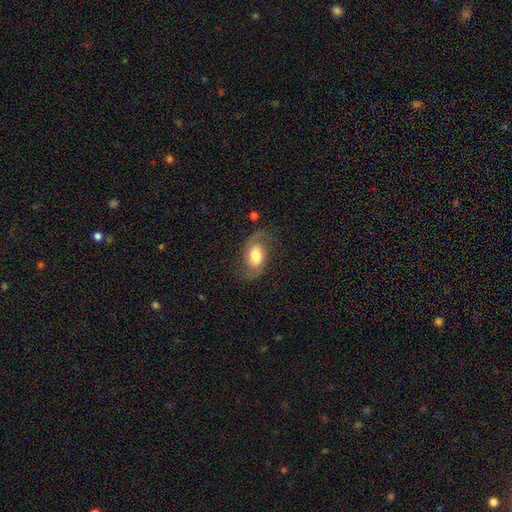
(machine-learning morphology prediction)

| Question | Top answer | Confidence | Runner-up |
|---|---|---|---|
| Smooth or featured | featured or disk | 65% | smooth (28%) |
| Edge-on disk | no | 96% | yes (4%) |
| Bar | no | 57% | weak (34%) |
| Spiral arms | yes | 90% | no (10%) |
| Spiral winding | medium | 44% | loose (39%) |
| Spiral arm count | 2 | 87% | 1 (6%) |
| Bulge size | moderate | 53% | large (34%) |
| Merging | none | 67% | minor disturbance (20%) |